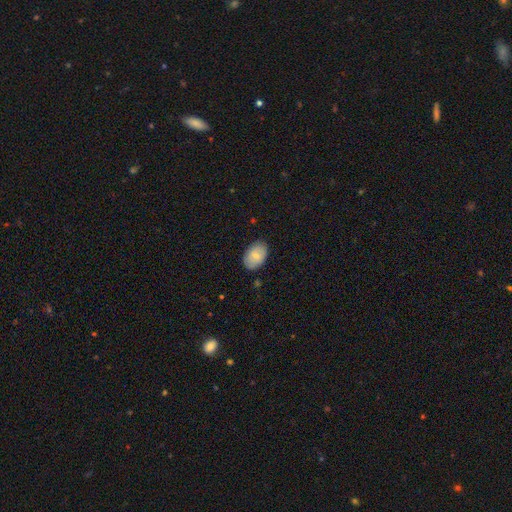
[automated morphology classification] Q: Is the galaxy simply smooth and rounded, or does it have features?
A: smooth — 74%.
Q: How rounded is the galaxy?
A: in between — 88%.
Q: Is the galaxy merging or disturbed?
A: none — 82%.